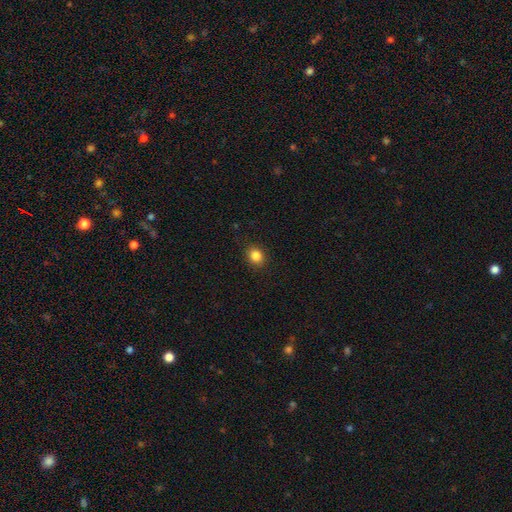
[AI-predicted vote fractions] A smooth galaxy with no disk features (85%) that is round (64%).

Vote fractions:
- Smooth or featured? smooth: 85% / star or artifact: 11% / featured or disk: 5%
- How rounded? round: 64% / in between: 35% / cigar-shaped: 1%
- Merging? none: 90% / minor disturbance: 7% / major disturbance: 2% / merger: 1%